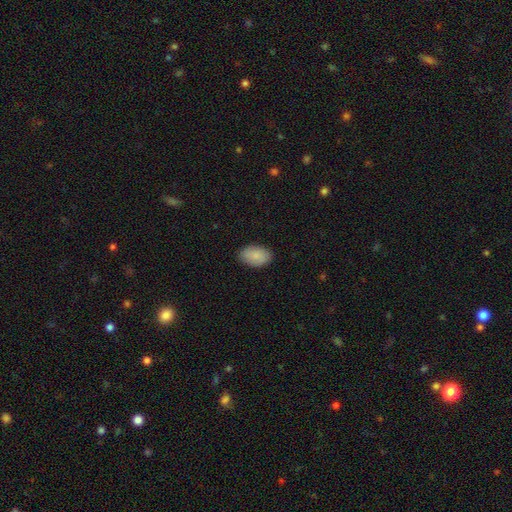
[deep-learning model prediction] Smooth or featured? smooth (87%)
How rounded? in between (92%)
Merging? none (87%)